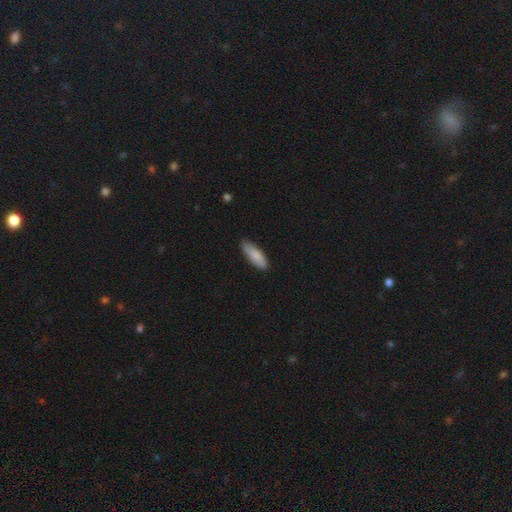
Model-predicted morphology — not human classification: Overall: smooth (85%). How rounded: in between (61%; cigar-shaped 38%). Merging: none (78%).